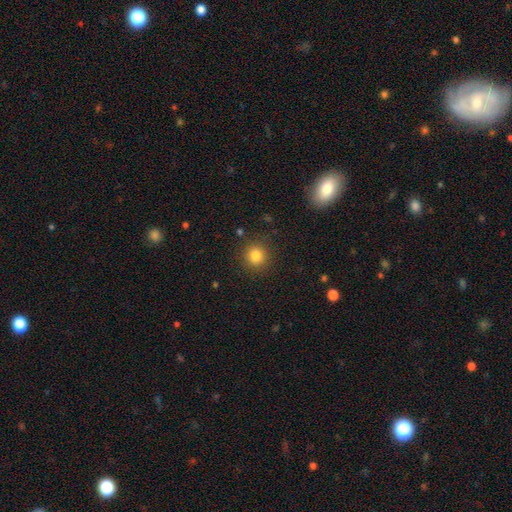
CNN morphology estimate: This appears to be a smooth galaxy with no disk features (82%) that is round (91%). Merging: none (88%).